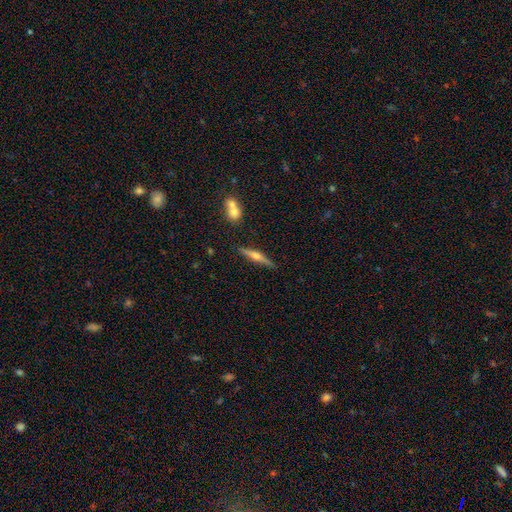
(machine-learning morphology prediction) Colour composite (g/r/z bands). It shows a featured or disk galaxy (63%) viewed edge-on (97%) with a rounded central bulge (87%). Merging: none (84%).